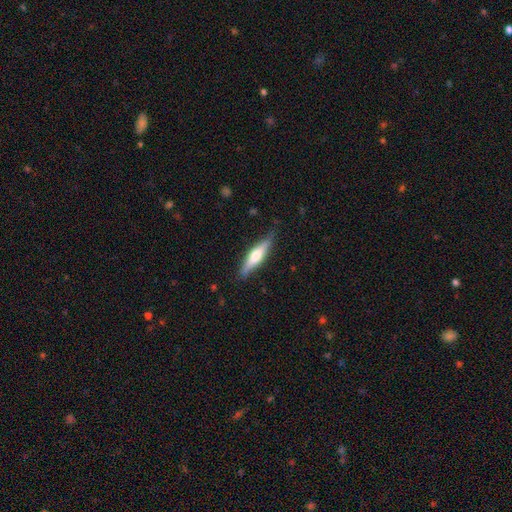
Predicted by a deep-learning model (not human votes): Smooth or featured? featured or disk (50%)
Merging? none (83%)